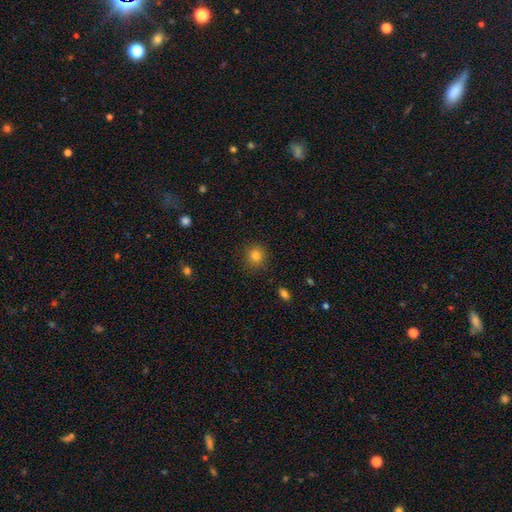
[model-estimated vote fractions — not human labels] Smooth or featured?
  - smooth: 81% *
  - star or artifact: 12%
  - featured or disk: 6%
How rounded?
  - round: 90% *
  - in between: 9%
  - cigar-shaped: 1%
Merging?
  - none: 88% *
  - minor disturbance: 8%
  - major disturbance: 2%
  - merger: 1%